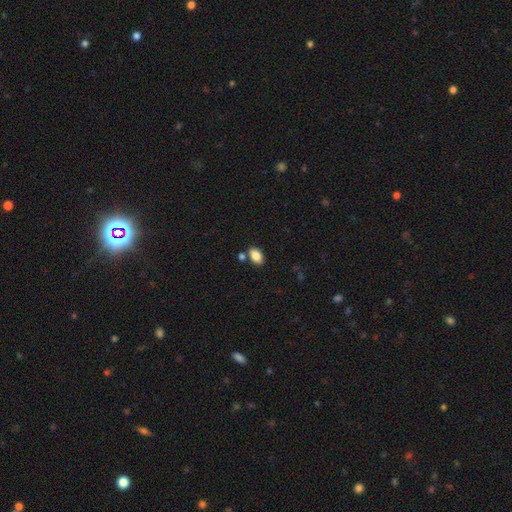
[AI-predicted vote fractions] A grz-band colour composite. It shows a smooth galaxy with no disk features (86%) that is in between round and cigar-shaped (89%). Merging: none (76%).